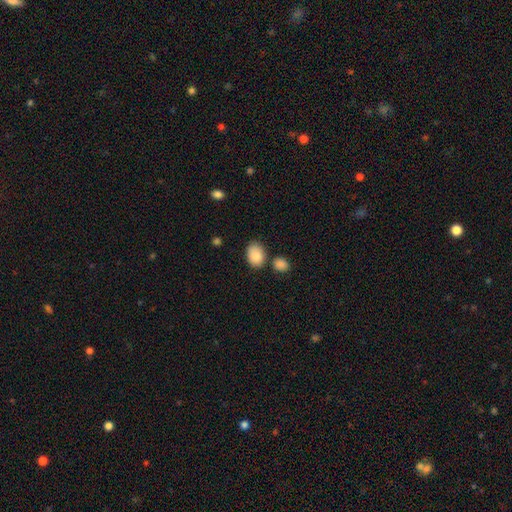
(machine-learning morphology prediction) smooth-or-featured: smooth: 85% | featured or disk: 7% | star or artifact: 7%
  how-rounded: in between: 79% | round: 20% | cigar-shaped: 1%
  merging: none: 69% | minor disturbance: 17% | merger: 10% | major disturbance: 4%